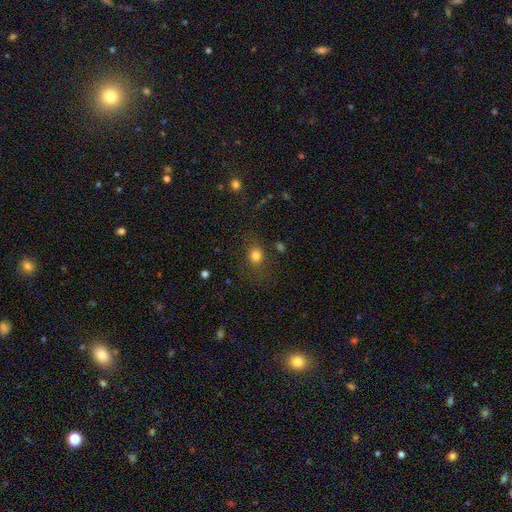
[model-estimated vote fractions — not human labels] A smooth galaxy with no disk features (79%) that is round (69%).

Vote fractions:
- Smooth or featured? smooth: 79% / star or artifact: 14% / featured or disk: 7%
- How rounded? round: 69% / in between: 29% / cigar-shaped: 1%
- Merging? none: 77% / minor disturbance: 14% / major disturbance: 7% / merger: 3%